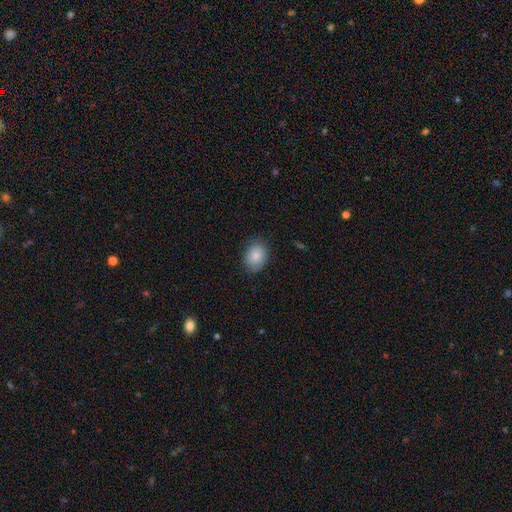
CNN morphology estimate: This appears to be a smooth galaxy with no disk features (85%) that is in between round and cigar-shaped (64%). Merging: none (79%).